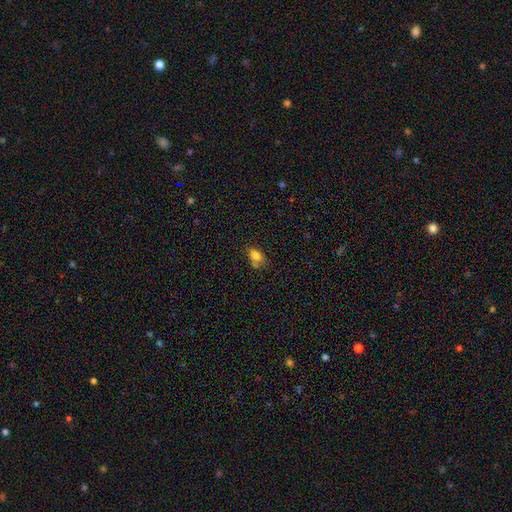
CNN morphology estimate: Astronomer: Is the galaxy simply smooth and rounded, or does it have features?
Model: smooth — 78%.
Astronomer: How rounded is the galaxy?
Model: in between — 82%.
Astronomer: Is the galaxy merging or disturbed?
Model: none — 56%.